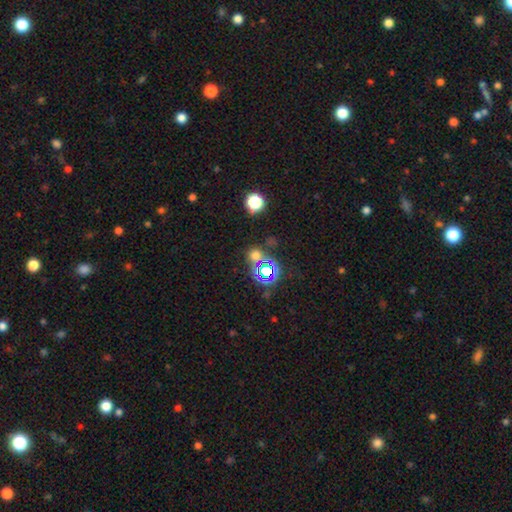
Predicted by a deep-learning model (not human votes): Smooth or featured? Predicted: smooth (p=0.47). Merging? Predicted: none (p=0.71).